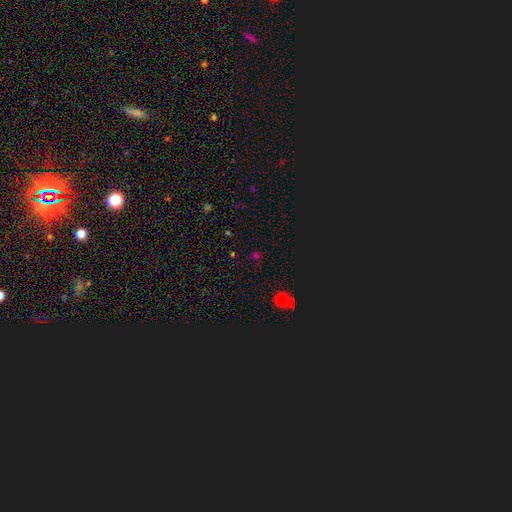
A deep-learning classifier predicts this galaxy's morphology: star or artifact 52%, smooth 42%, featured or disk 6%.